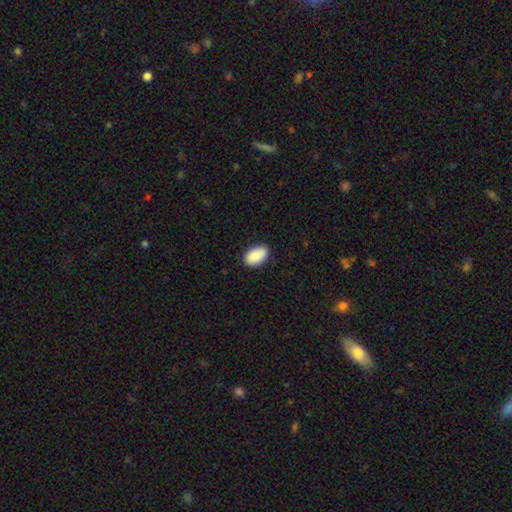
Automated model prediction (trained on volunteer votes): A smooth galaxy with no disk features (90%) that is in between round and cigar-shaped (93%).

Vote fractions:
- Smooth or featured? smooth: 90% / star or artifact: 6% / featured or disk: 4%
- How rounded? in between: 93% / round: 6% / cigar-shaped: 1%
- Merging? none: 85% / minor disturbance: 12% / major disturbance: 2% / merger: 1%